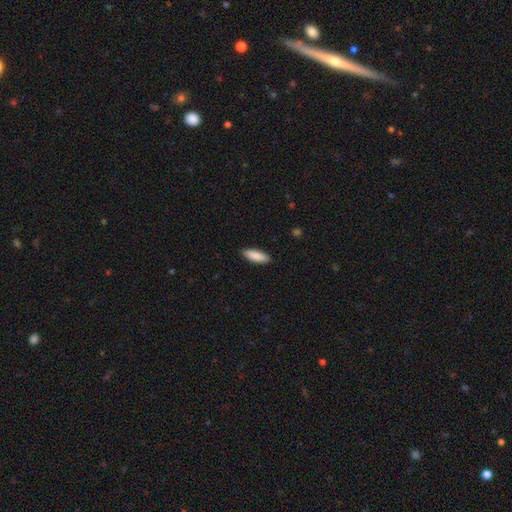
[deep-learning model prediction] This appears to be a smooth galaxy with no disk features (90%) that is in between round and cigar-shaped (63%). Merging: none (90%).